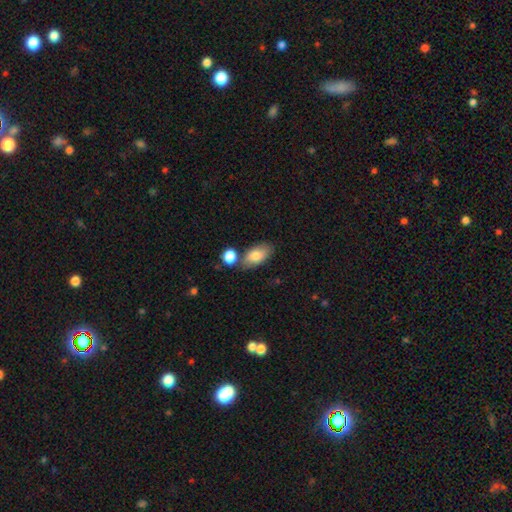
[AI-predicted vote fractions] smooth_or_featured: smooth (p=0.81) [alt: featured or disk p=0.13]
how_rounded: in between (p=0.91) [alt: round p=0.05]
merging: none (p=0.64) [alt: merger p=0.17]